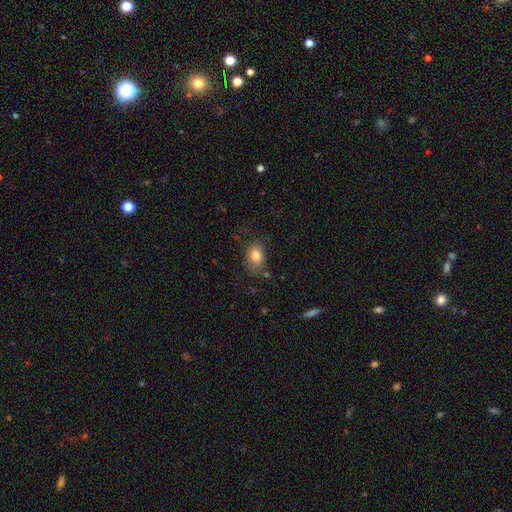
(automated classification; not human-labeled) smooth_or_featured: smooth (p=0.82) [alt: featured or disk p=0.09]
how_rounded: in between (p=0.77) [alt: round p=0.21]
merging: none (p=0.72) [alt: minor disturbance p=0.20]